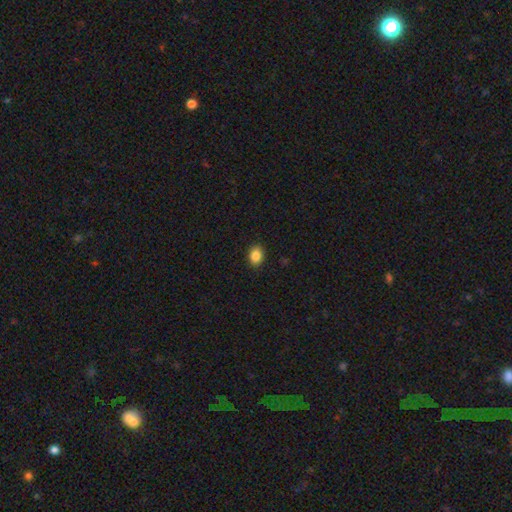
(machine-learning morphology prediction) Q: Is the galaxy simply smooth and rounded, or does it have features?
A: smooth — 86%.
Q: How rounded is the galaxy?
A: in between — 65%.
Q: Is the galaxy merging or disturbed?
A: none — 90%.